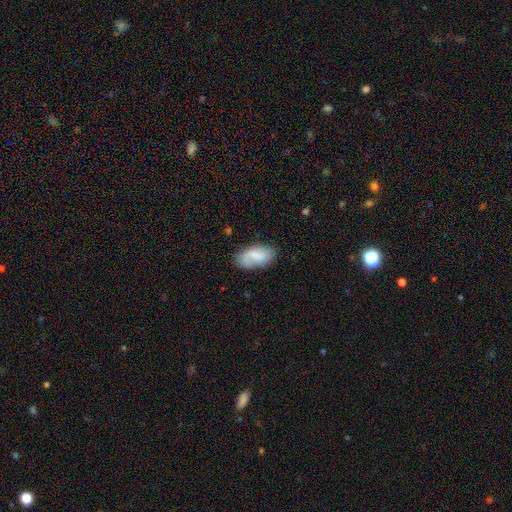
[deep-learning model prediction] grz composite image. It shows a smooth galaxy with no disk features (66%) that is in between round and cigar-shaped (94%). Merging: none (70%).